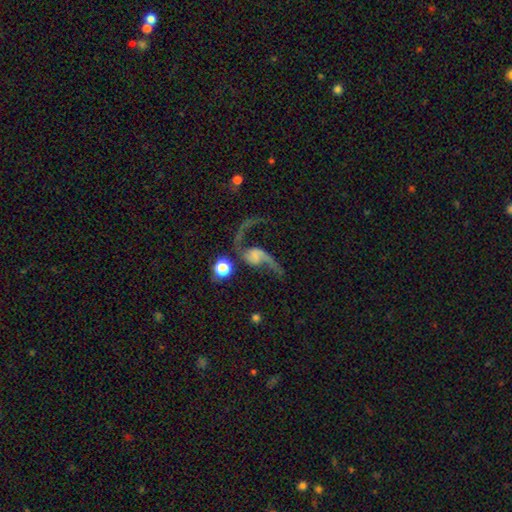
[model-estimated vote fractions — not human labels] Smooth or featured? Predicted: featured or disk (p=0.82). Edge-on disk? Predicted: no (p=0.96). Bar? Predicted: no (p=0.60). Spiral arms? Predicted: yes (p=0.94). Spiral winding? Predicted: loose (p=0.93). Spiral arm count? Predicted: 2 (p=0.90). Bulge size? Predicted: none (p=0.53). Merging? Predicted: none (p=0.50).